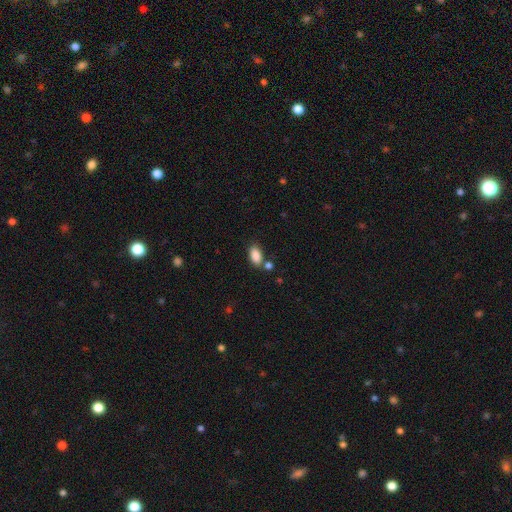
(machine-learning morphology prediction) Smooth or featured?
  - smooth: 88% *
  - star or artifact: 8%
  - featured or disk: 4%
How rounded?
  - in between: 92% *
  - round: 5%
  - cigar-shaped: 2%
Merging?
  - none: 70% *
  - minor disturbance: 13%
  - merger: 13%
  - major disturbance: 4%